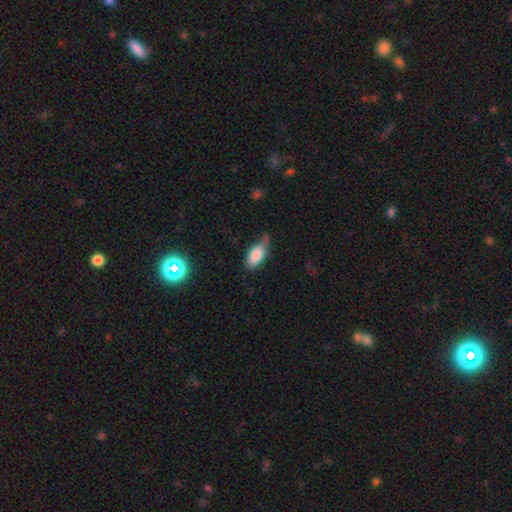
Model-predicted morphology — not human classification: Overall: smooth (81%). How rounded: in between (91%). Merging: none (49%; minor disturbance 37%).